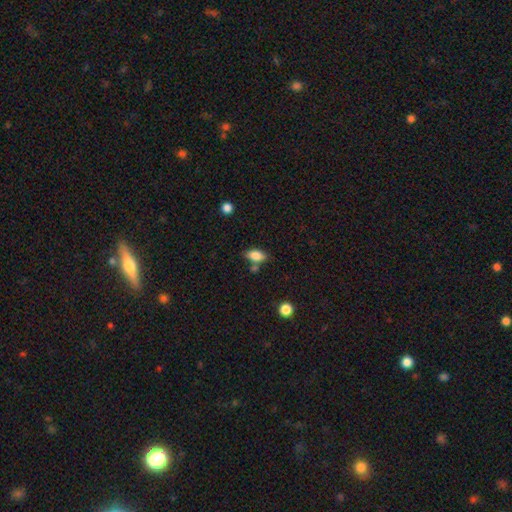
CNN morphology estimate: type=smooth (83%); roundness=in between (88%); merging=none (67%).